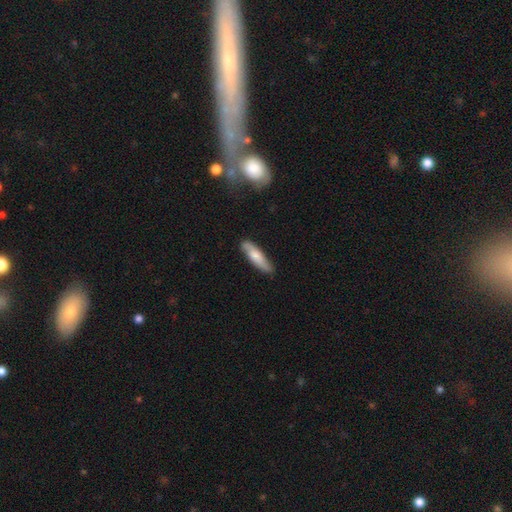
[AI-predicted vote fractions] Smooth or featured? Predicted: smooth (p=0.67). How rounded? Predicted: cigar-shaped (p=0.67). Merging? Predicted: none (p=0.80).